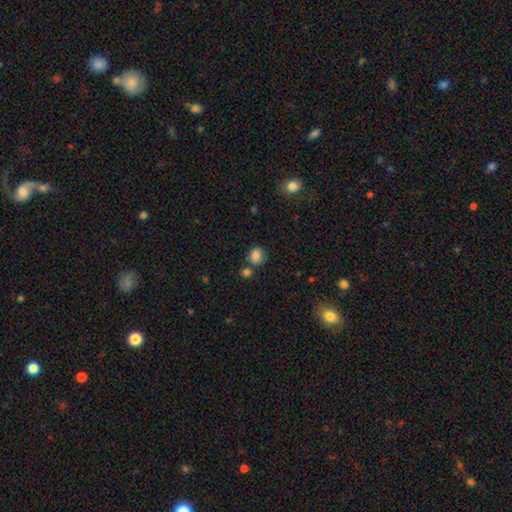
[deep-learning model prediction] Q: Smooth or featured?
A: smooth (84%); runner-up: star or artifact (10%)
Q: How rounded?
A: round (73%); runner-up: in between (26%)
Q: Merging?
A: none (72%); runner-up: minor disturbance (12%)